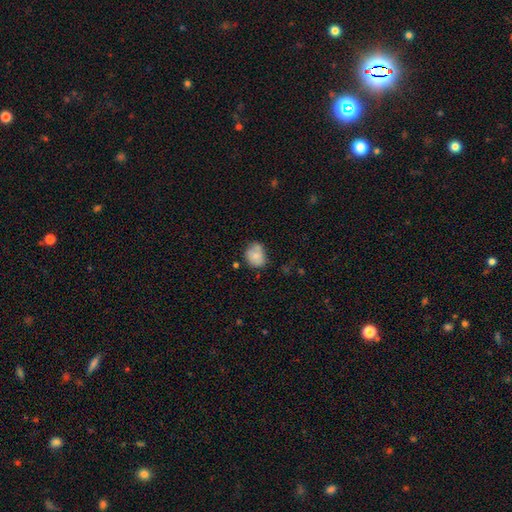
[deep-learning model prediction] This appears to be a smooth galaxy with no disk features (73%) that is round (55%). Merging: none (52%).